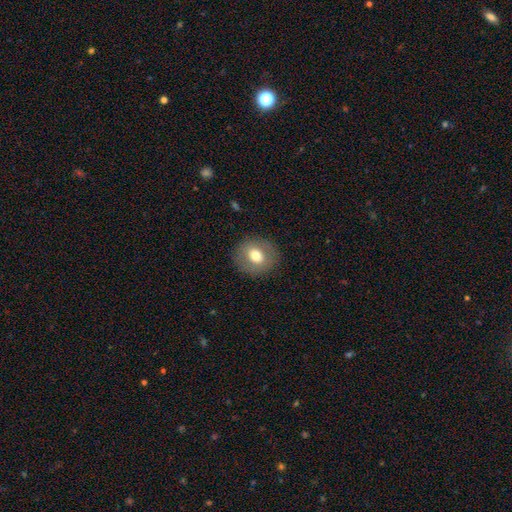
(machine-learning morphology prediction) Smooth or featured? Predicted: smooth (p=0.70). How rounded? Predicted: round (p=0.79). Merging? Predicted: none (p=0.87).